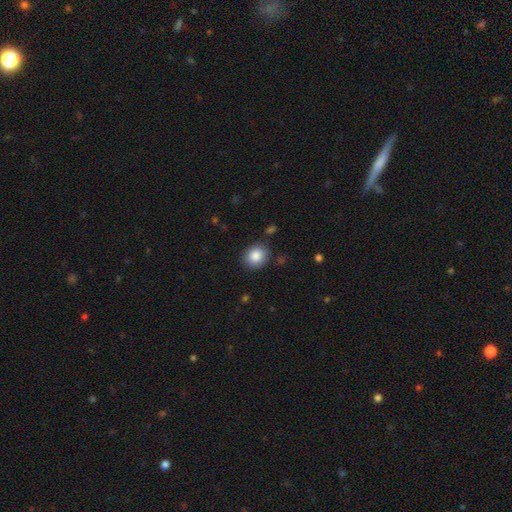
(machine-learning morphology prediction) Smooth or featured? smooth (86%)
How rounded? round (67%)
Merging? none (84%)